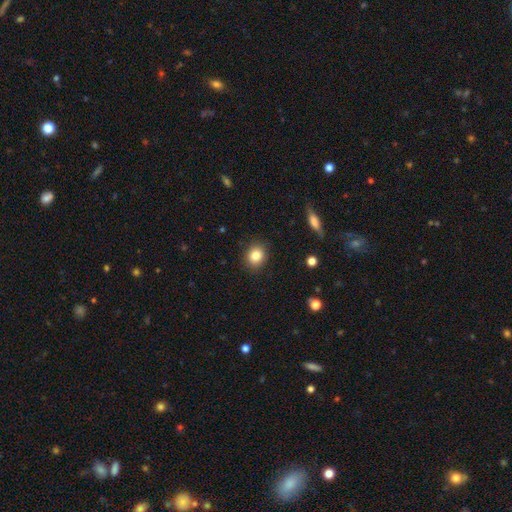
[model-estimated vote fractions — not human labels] This appears to be a smooth galaxy with no disk features (84%) that is round (72%). Merging: none (89%).